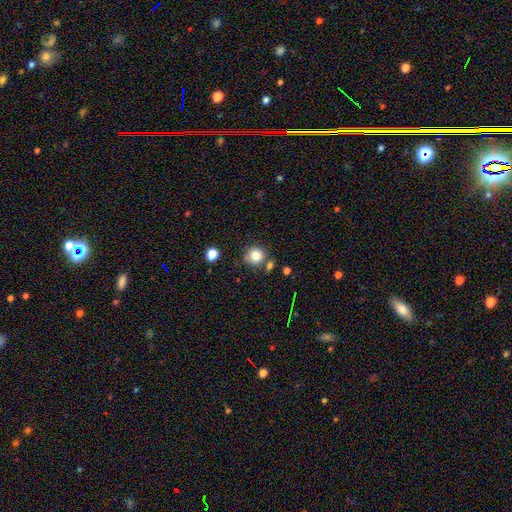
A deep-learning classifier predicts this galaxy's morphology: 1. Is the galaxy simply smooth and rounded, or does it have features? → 82% smooth, 11% star or artifact, 7% featured or disk.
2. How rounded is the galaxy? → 89% round, 10% in between, 1% cigar-shaped.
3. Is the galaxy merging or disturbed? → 73% none, 13% minor disturbance, 10% merger, 4% major disturbance.